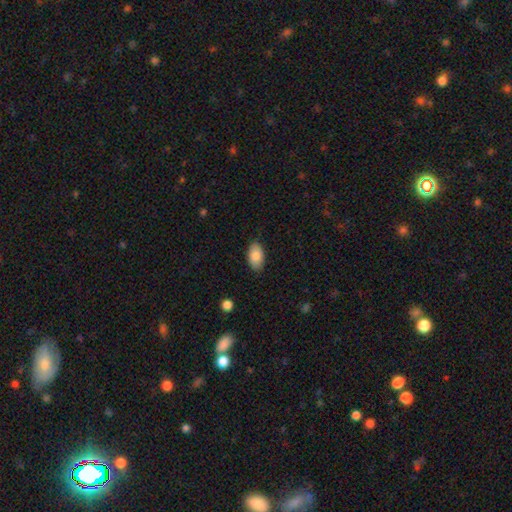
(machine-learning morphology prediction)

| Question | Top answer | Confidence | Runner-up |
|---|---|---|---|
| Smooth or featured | smooth | 83% | featured or disk (10%) |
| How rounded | in between | 93% | round (5%) |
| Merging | none | 85% | minor disturbance (12%) |